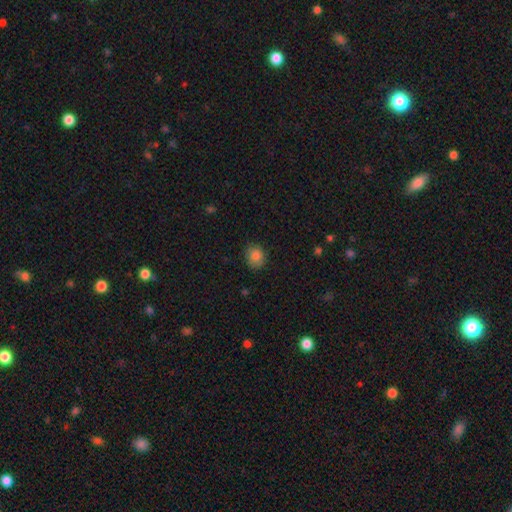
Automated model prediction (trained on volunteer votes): Smooth or featured: smooth — 85% (star or artifact — 10%)
How rounded: round — 68% (in between — 31%)
Merging: none — 79% (minor disturbance — 17%)